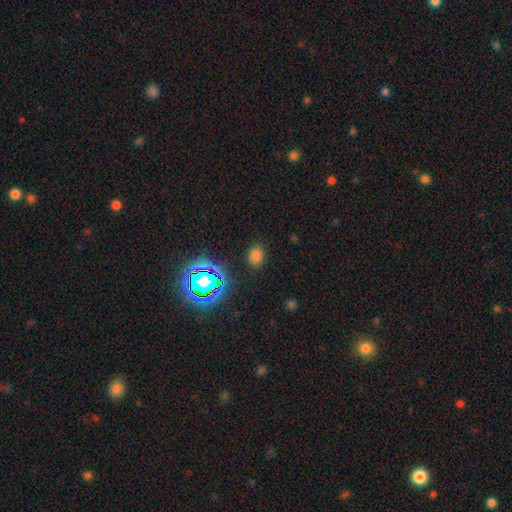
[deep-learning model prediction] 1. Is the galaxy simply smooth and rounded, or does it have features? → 69% smooth, 23% star or artifact, 7% featured or disk.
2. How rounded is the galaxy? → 67% in between, 31% round, 1% cigar-shaped.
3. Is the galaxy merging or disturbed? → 85% none, 10% minor disturbance, 3% major disturbance, 2% merger.